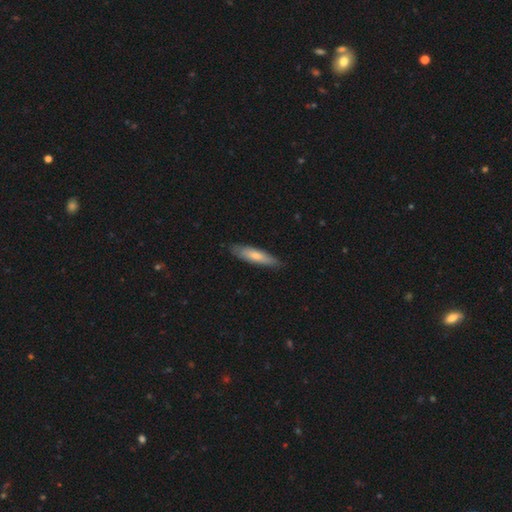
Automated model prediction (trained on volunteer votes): Overall: smooth (72%). How rounded: cigar-shaped (72%). Merging: none (83%).